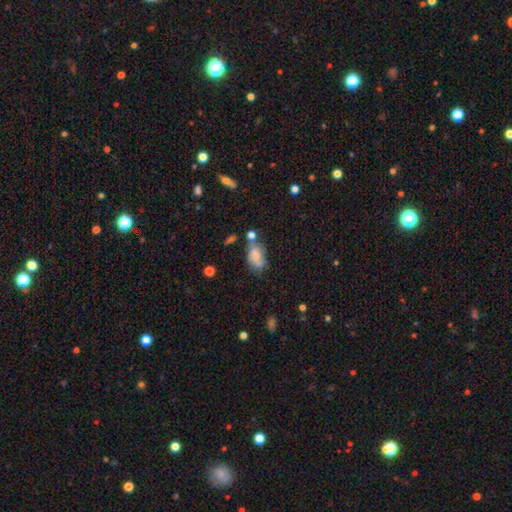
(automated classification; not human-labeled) The model was most divided on "merging": none: 41%, minor disturbance: 27%, merger: 20%, major disturbance: 12%. More confident: how rounded — in between (88%); smooth or featured — smooth (63%).